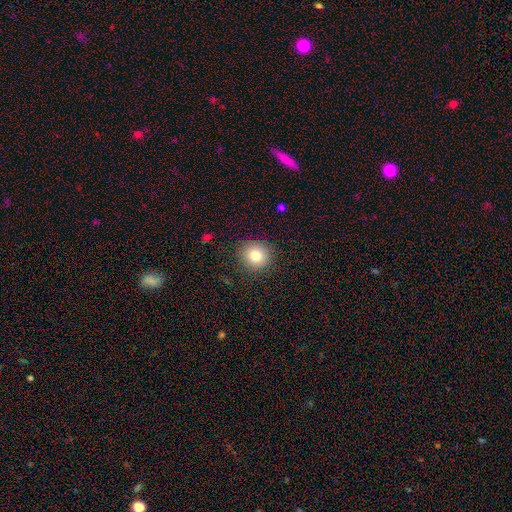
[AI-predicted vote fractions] Overall: smooth (80%). How rounded: round (90%). Merging: none (89%).